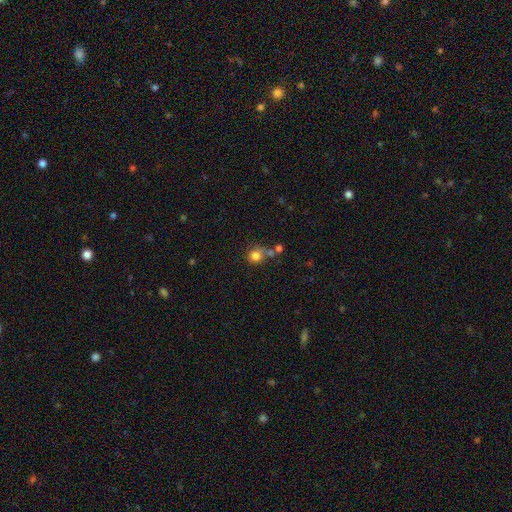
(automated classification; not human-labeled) Smooth or featured? Predicted: smooth (p=0.79). How rounded? Predicted: round (p=0.85). Merging? Predicted: none (p=0.49).